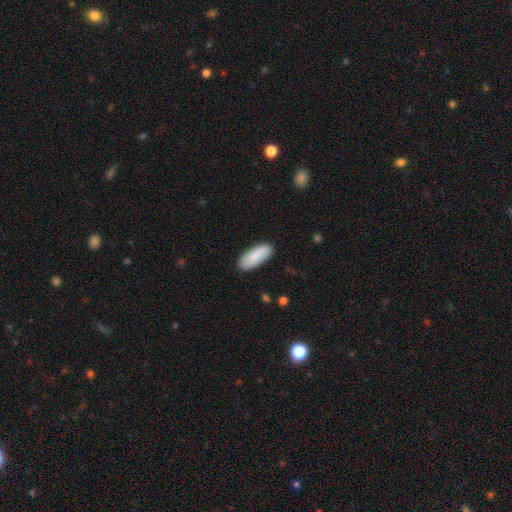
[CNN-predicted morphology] A smooth galaxy with no disk features (84%) that is in between round and cigar-shaped (82%).

Vote fractions:
- Smooth or featured? smooth: 84% / featured or disk: 11% / star or artifact: 6%
- How rounded? in between: 82% / cigar-shaped: 16% / round: 2%
- Merging? none: 87% / minor disturbance: 10% / major disturbance: 2% / merger: 1%